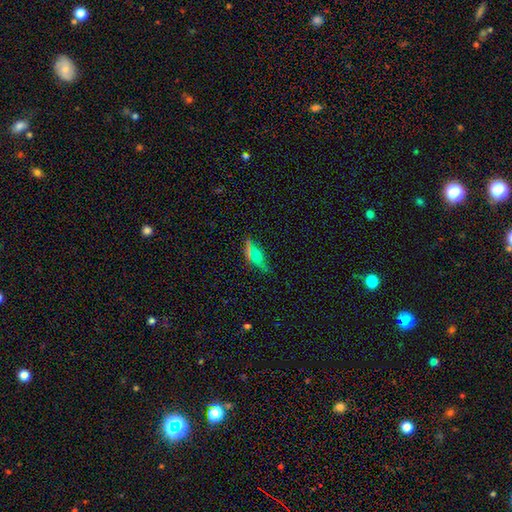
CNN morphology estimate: A smooth galaxy with no disk features (55%) that is in between round and cigar-shaped (62%).

Vote fractions:
- Smooth or featured? smooth: 55% / star or artifact: 25% / featured or disk: 20%
- How rounded? in between: 62% / cigar-shaped: 28% / round: 10%
- Merging? none: 71% / minor disturbance: 17% / major disturbance: 7% / merger: 5%